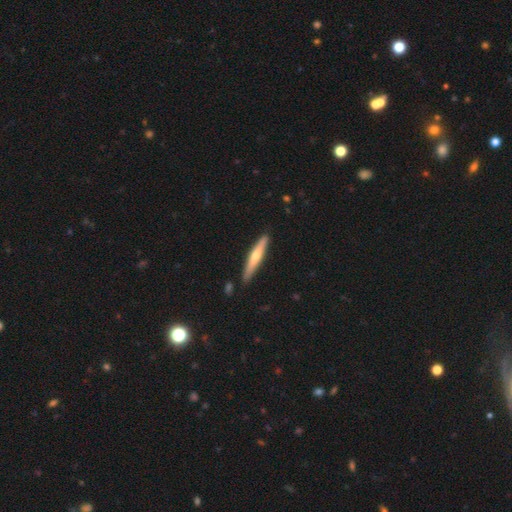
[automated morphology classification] featured or disk 52%, smooth 43%, star or artifact 5%. Down the decision tree: edge-on disk — yes (95%); merging — none (87%).